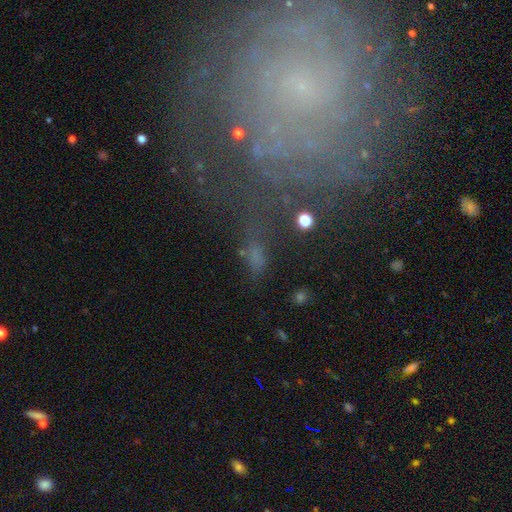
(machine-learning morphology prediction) A smooth galaxy with no disk features (49%).

Vote fractions:
- Smooth or featured? smooth: 49% / star or artifact: 29% / featured or disk: 22%
- Merging? none: 50% / minor disturbance: 21% / major disturbance: 20% / merger: 9%